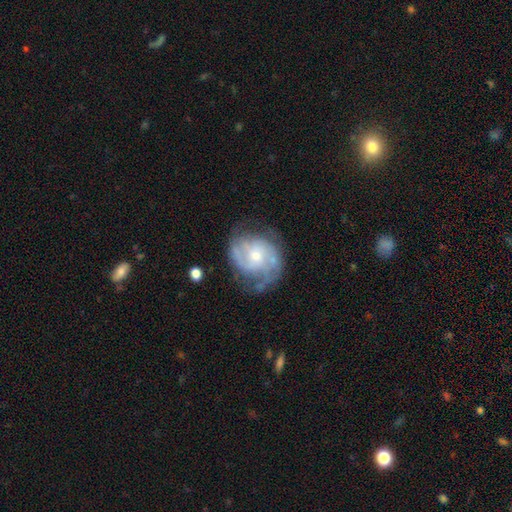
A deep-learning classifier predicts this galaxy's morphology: Smooth or featured? Predicted: featured or disk (p=0.83). Edge-on disk? Predicted: no (p=0.98). Bar? Predicted: no (p=0.66). Spiral arms? Predicted: yes (p=0.93). Spiral winding? Predicted: medium (p=0.43). Spiral arm count? Predicted: 2 (p=0.53). Bulge size? Predicted: small (p=0.56). Merging? Predicted: none (p=0.62).